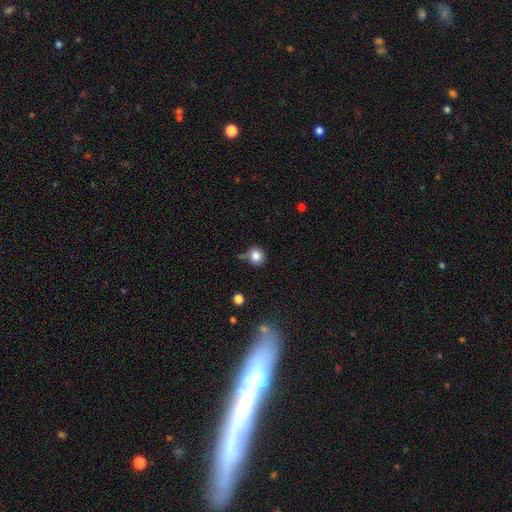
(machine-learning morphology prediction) type=smooth (83%); roundness=round (84%); merging=none (67%).